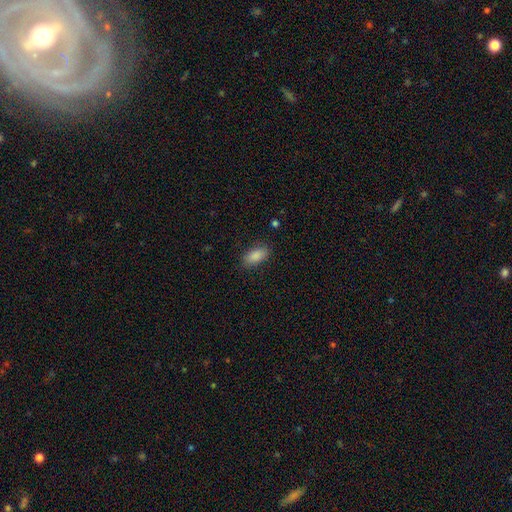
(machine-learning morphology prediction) Smooth or featured?
  - smooth: 88% *
  - star or artifact: 7%
  - featured or disk: 5%
How rounded?
  - in between: 90% *
  - cigar-shaped: 7%
  - round: 3%
Merging?
  - none: 85% *
  - minor disturbance: 11%
  - major disturbance: 3%
  - merger: 1%